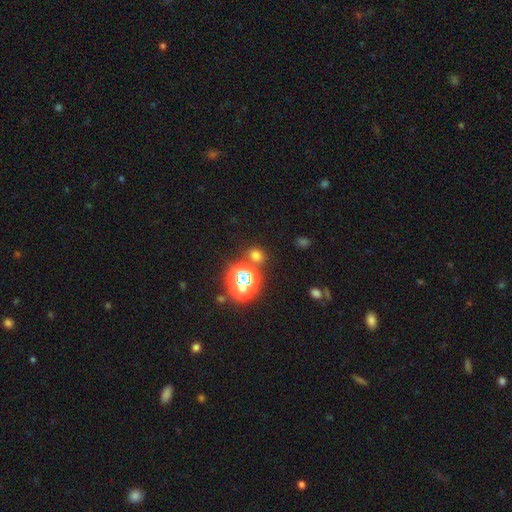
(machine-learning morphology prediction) smooth_or_featured: smooth (p=0.58) [alt: star or artifact p=0.35]
how_rounded: round (p=0.68) [alt: in between p=0.31]
merging: none (p=0.75) [alt: merger p=0.12]